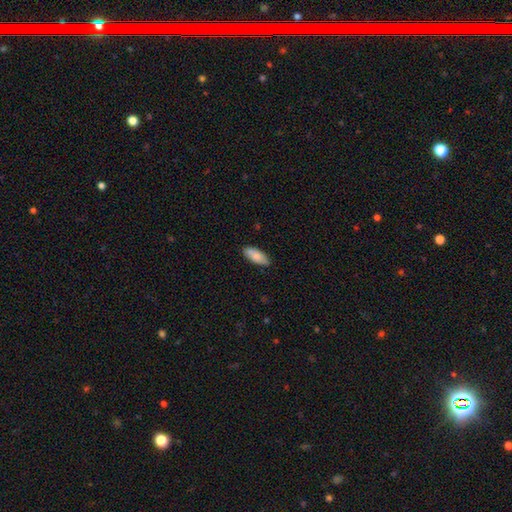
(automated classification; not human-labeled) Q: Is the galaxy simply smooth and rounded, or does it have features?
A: smooth — 84%.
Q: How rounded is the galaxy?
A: in between — 77%.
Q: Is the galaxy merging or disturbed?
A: none — 83%.